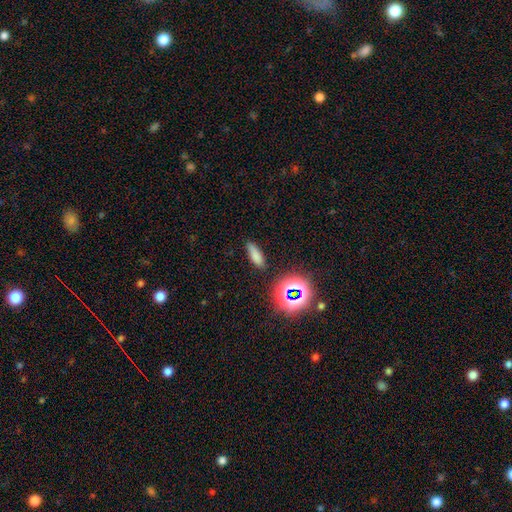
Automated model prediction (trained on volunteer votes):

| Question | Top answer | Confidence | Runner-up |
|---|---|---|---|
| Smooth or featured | smooth | 74% | star or artifact (18%) |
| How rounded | in between | 50% | cigar-shaped (45%) |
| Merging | none | 81% | minor disturbance (12%) |